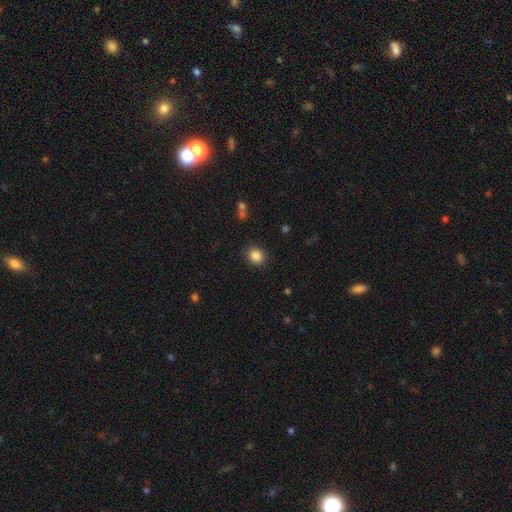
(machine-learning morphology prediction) Smooth or featured?
  - smooth: 86% *
  - star or artifact: 10%
  - featured or disk: 4%
How rounded?
  - round: 74% *
  - in between: 25%
  - cigar-shaped: 1%
Merging?
  - none: 88% *
  - minor disturbance: 8%
  - major disturbance: 3%
  - merger: 2%